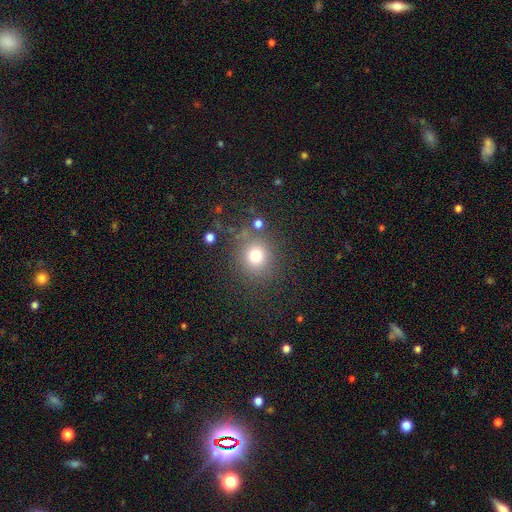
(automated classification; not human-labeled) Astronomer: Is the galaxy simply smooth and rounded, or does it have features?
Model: smooth — 76%.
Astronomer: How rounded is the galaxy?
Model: round — 87%.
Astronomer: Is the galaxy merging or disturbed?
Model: none — 79%.